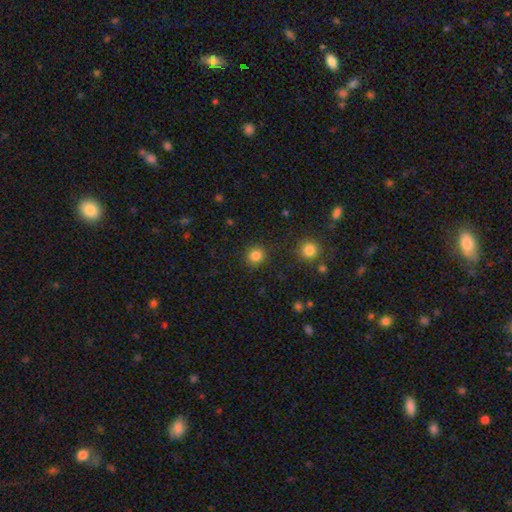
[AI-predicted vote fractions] Overall: smooth (84%). How rounded: round (89%). Merging: none (89%).